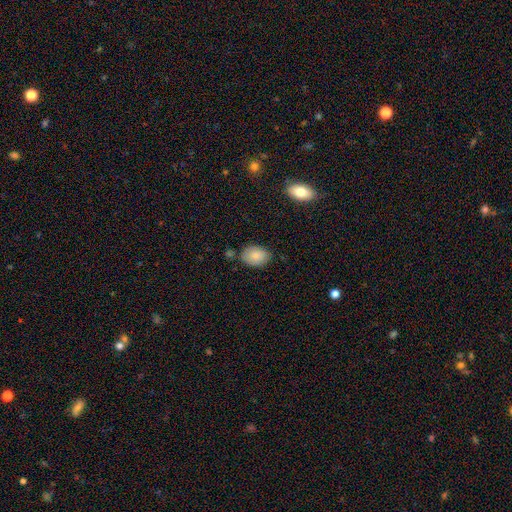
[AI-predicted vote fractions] A smooth galaxy with no disk features (84%) that is in between round and cigar-shaped (82%). Merging: none (78%).